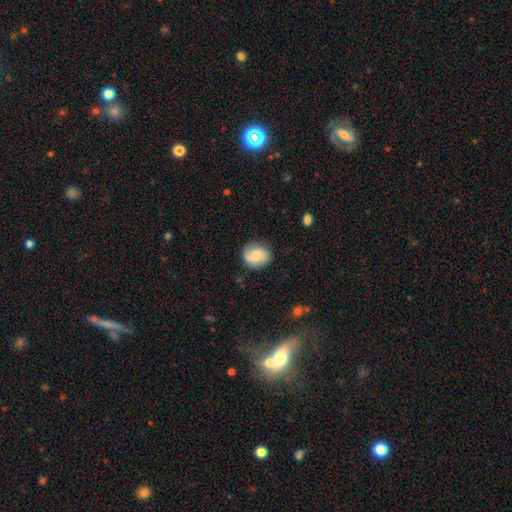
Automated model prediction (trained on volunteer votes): Smooth or featured?
  - featured or disk: 47% *
  - smooth: 45%
  - star or artifact: 7%
Merging?
  - none: 77% *
  - minor disturbance: 17%
  - major disturbance: 5%
  - merger: 1%